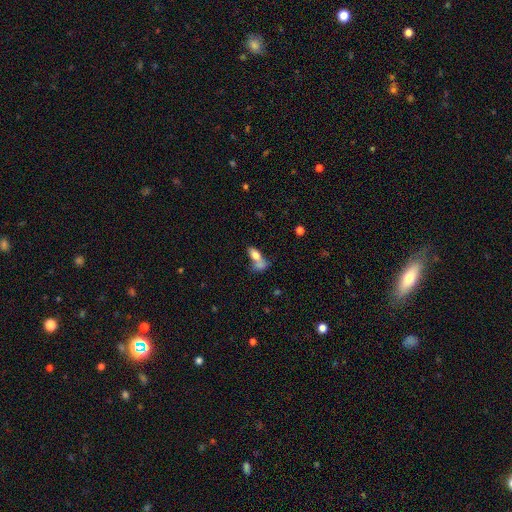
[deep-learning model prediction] Morphology: type=smooth (75%); roundness=in between (82%); merging=merger (52%).